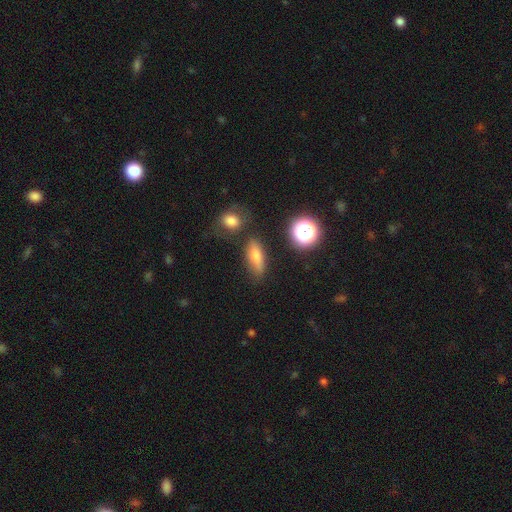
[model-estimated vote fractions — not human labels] This is likely a smooth galaxy (70%). How rounded: likely in between (62%). Merging: likely none (72%).